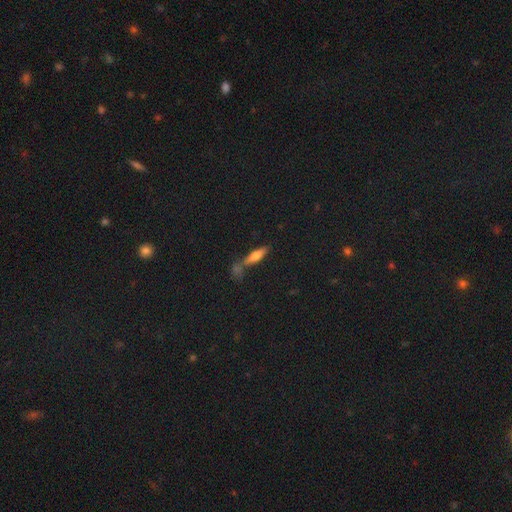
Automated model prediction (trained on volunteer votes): Smooth or featured? Predicted: smooth (p=0.54). How rounded? Predicted: cigar-shaped (p=0.69). Merging? Predicted: none (p=0.61).